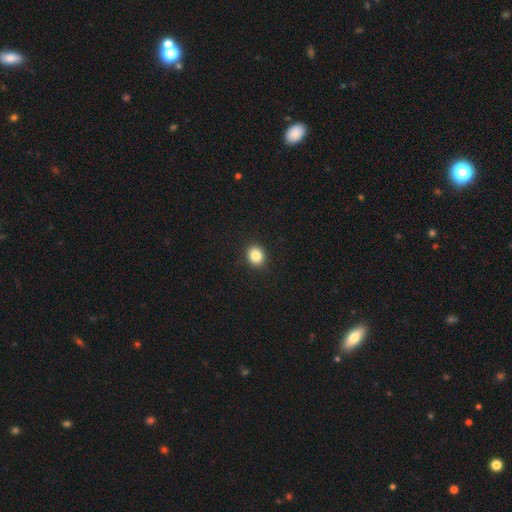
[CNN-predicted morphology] The model was most divided on "how rounded": round: 65%, in between: 34%, cigar-shaped: 1%. More confident: merging — none (91%); smooth or featured — smooth (84%).